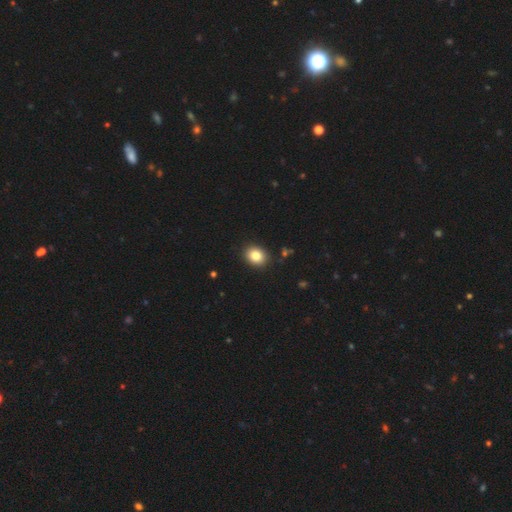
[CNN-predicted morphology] type=smooth (85%); roundness=round (50%, tied with in between); merging=none (90%).